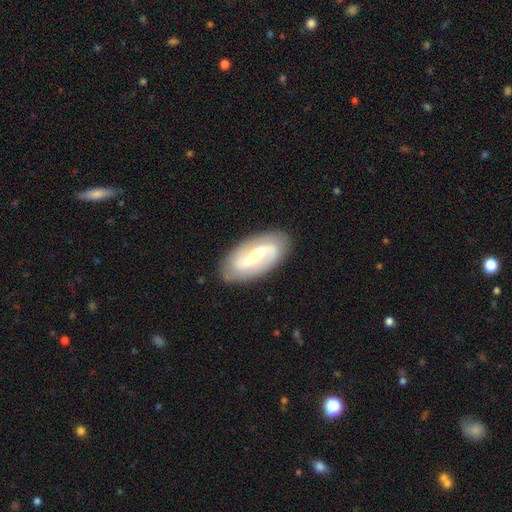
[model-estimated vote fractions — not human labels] Smooth or featured: featured or disk — 78% (smooth — 17%)
Edge-on disk: no — 95% (yes — 5%)
Bar: strong — 53% (weak — 36%)
Spiral arms: yes — 90% (no — 10%)
Spiral winding: medium — 39% (loose — 37%)
Spiral arm count: 2 — 86% (can't tell — 6%)
Bulge size: moderate — 41% (small — 30%)
Merging: none — 84% (minor disturbance — 11%)